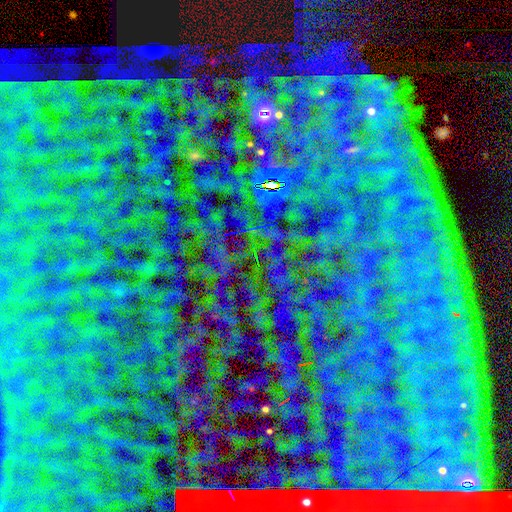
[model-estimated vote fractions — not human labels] Q: Smooth or featured?
A: star or artifact (82%); runner-up: smooth (10%)